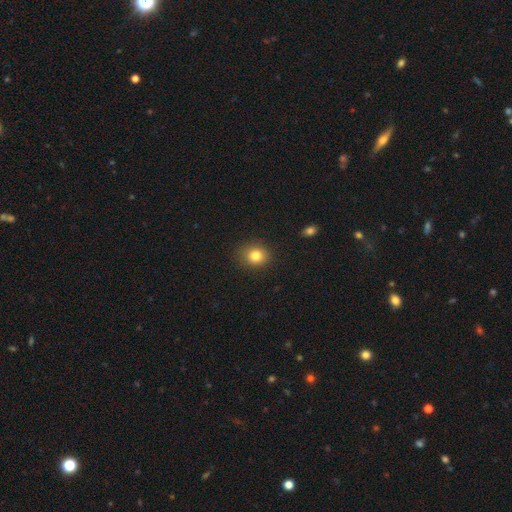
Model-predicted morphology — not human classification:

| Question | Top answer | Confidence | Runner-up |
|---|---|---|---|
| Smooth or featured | smooth | 81% | star or artifact (12%) |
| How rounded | round | 76% | in between (23%) |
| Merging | none | 88% | minor disturbance (8%) |